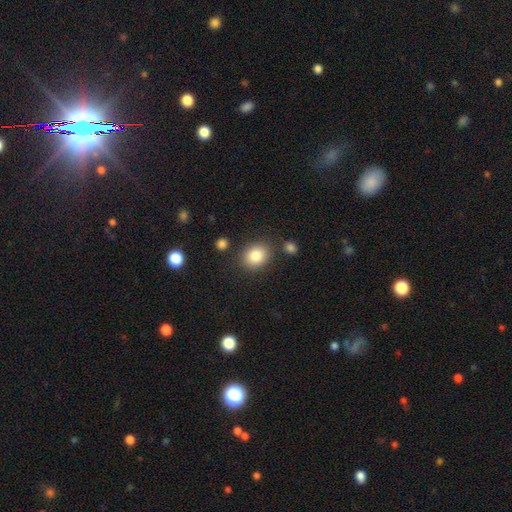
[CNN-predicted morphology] type=smooth (84%); roundness=round (57%); merging=none (81%).